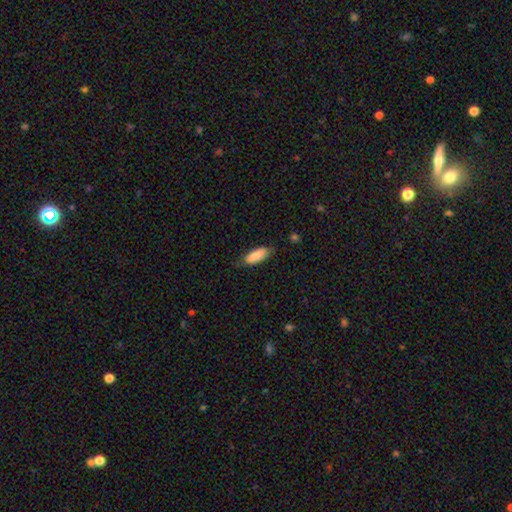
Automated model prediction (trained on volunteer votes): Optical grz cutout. It shows a smooth galaxy with no disk features (87%) that is in between round and cigar-shaped (72%). Merging: none (77%).